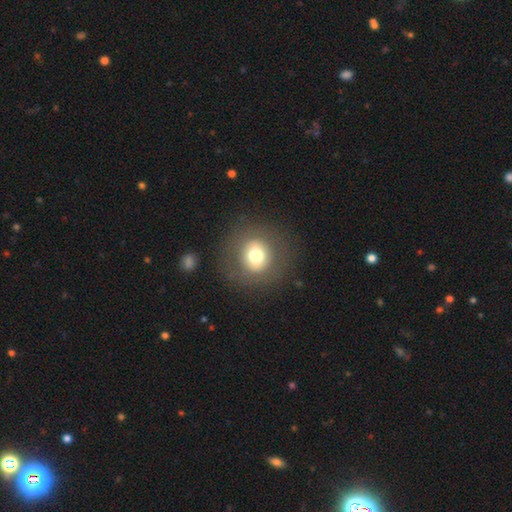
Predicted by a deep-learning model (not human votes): smooth_or_featured: smooth (p=0.68) [alt: featured or disk p=0.20]
how_rounded: round (p=0.92) [alt: in between p=0.07]
merging: none (p=0.85) [alt: minor disturbance p=0.08]